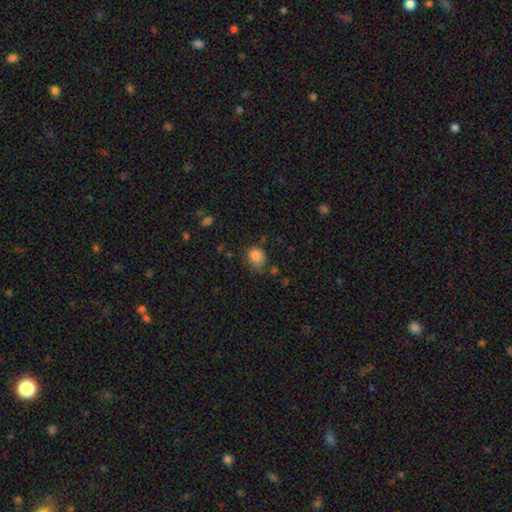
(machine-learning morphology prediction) Overall: smooth (85%). How rounded: round (64%; in between 35%). Merging: none (61%; minor disturbance 28%).